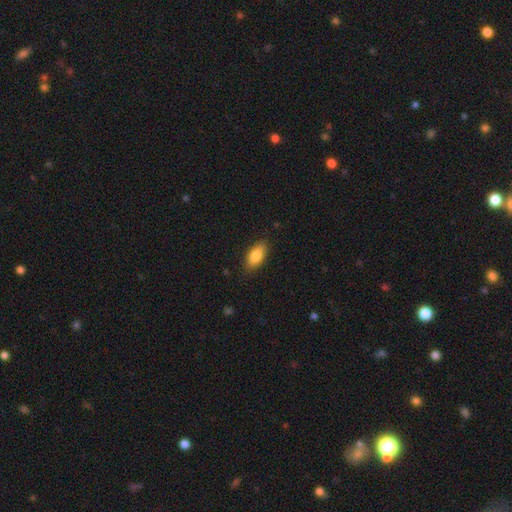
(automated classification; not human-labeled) Smooth or featured?
  - smooth: 83% *
  - featured or disk: 10%
  - star or artifact: 7%
How rounded?
  - in between: 87% *
  - cigar-shaped: 10%
  - round: 3%
Merging?
  - none: 85% *
  - minor disturbance: 12%
  - major disturbance: 2%
  - merger: 1%